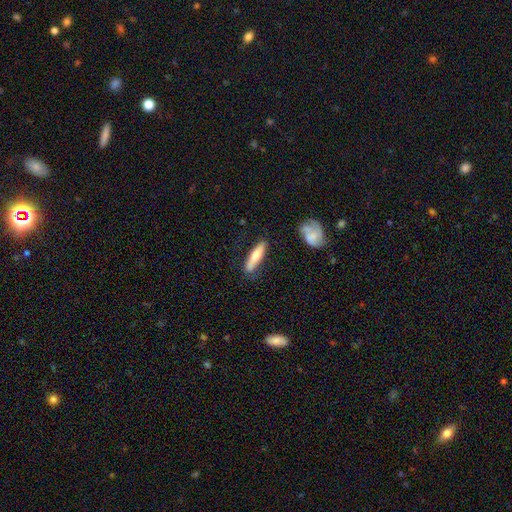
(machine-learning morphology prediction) A smooth galaxy with no disk features (68%) that is cigar-shaped (80%). Merging: none (77%).